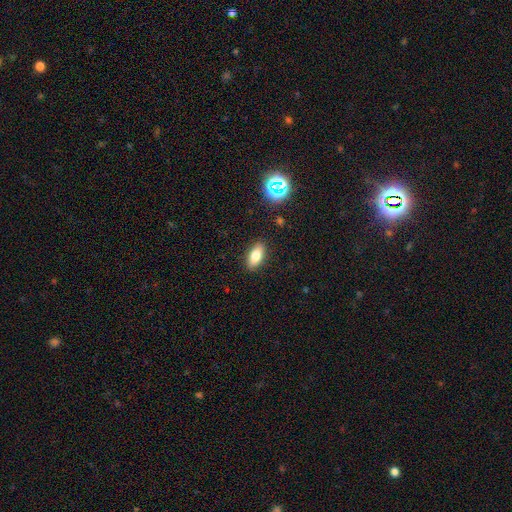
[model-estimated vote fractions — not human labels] Q: Smooth or featured?
A: smooth (77%); runner-up: featured or disk (14%)
Q: How rounded?
A: in between (84%); runner-up: cigar-shaped (12%)
Q: Merging?
A: none (89%); runner-up: minor disturbance (8%)